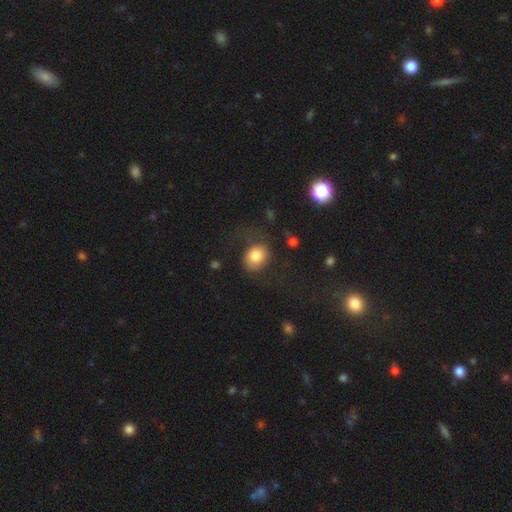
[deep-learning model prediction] Q: Smooth or featured?
A: smooth (71%); runner-up: featured or disk (21%)
Q: How rounded?
A: round (59%); runner-up: in between (40%)
Q: Merging?
A: none (53%); runner-up: major disturbance (24%)